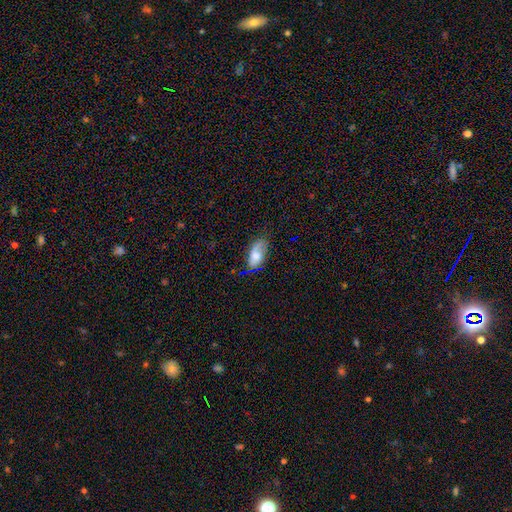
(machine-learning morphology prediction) Q: Smooth or featured?
A: smooth (61%); runner-up: featured or disk (27%)
Q: How rounded?
A: in between (89%); runner-up: cigar-shaped (7%)
Q: Merging?
A: none (59%); runner-up: minor disturbance (27%)